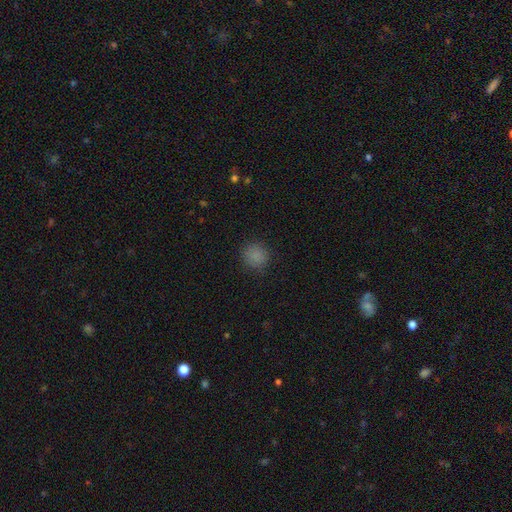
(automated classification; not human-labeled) Q: Smooth or featured?
A: smooth (84%); runner-up: star or artifact (12%)
Q: How rounded?
A: round (90%); runner-up: in between (9%)
Q: Merging?
A: none (88%); runner-up: minor disturbance (8%)